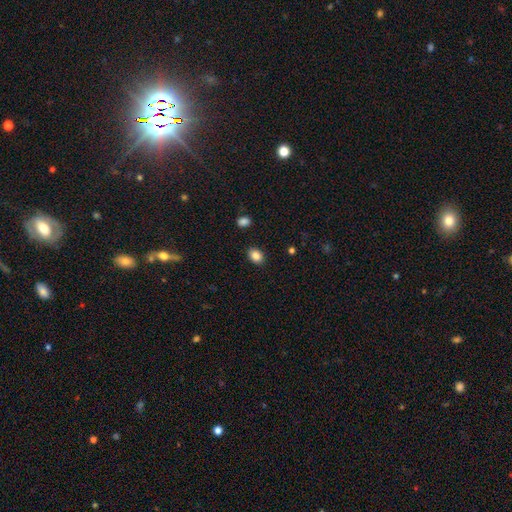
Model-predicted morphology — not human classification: Smooth or featured? smooth (87%)
How rounded? in between (67%)
Merging? none (88%)